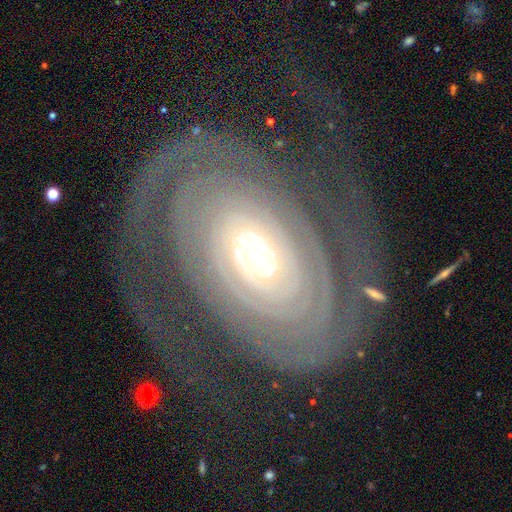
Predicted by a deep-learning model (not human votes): Smooth or featured? Predicted: featured or disk (p=0.89). Edge-on disk? Predicted: no (p=0.96). Bar? Predicted: no (p=0.74). Spiral arms? Predicted: yes (p=0.96). Spiral winding? Predicted: tight (p=0.83). Spiral arm count? Predicted: 2 (p=0.39). Bulge size? Predicted: small (p=0.61). Merging? Predicted: none (p=0.70).